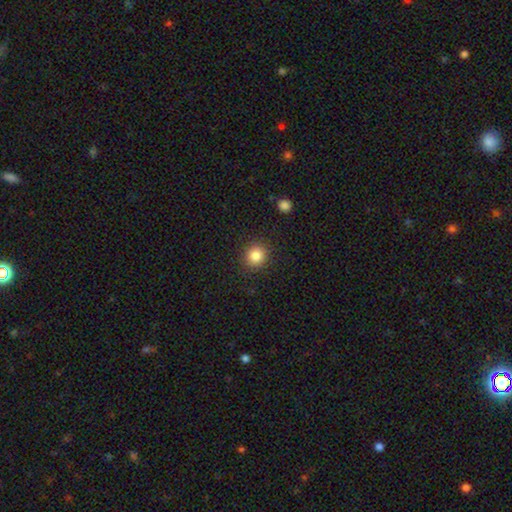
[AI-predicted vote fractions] smooth-or-featured: smooth: 84% | star or artifact: 10% | featured or disk: 5%
  how-rounded: round: 88% | in between: 11% | cigar-shaped: 1%
  merging: none: 90% | minor disturbance: 7% | major disturbance: 3% | merger: 1%